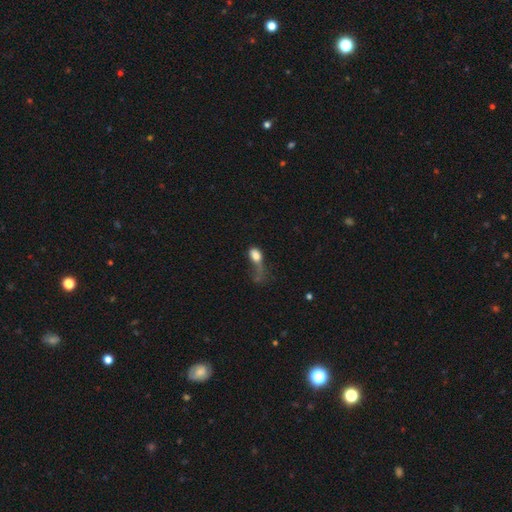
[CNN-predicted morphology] Smooth or featured? Predicted: smooth (p=0.71). How rounded? Predicted: in between (p=0.75). Merging? Predicted: major disturbance (p=0.61).